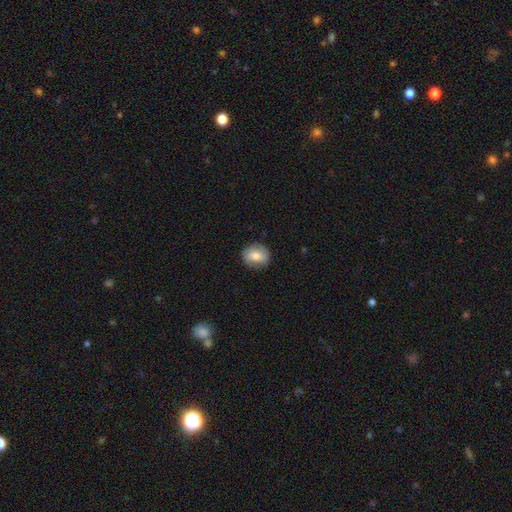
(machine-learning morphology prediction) This is likely a smooth galaxy (68%). How rounded: likely round (79%). Merging: clearly none (84%).